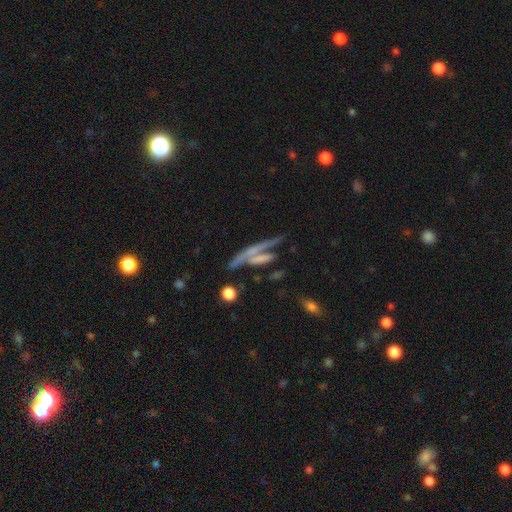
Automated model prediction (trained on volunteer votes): A featured or disk galaxy (49%). Merging: none (39%).